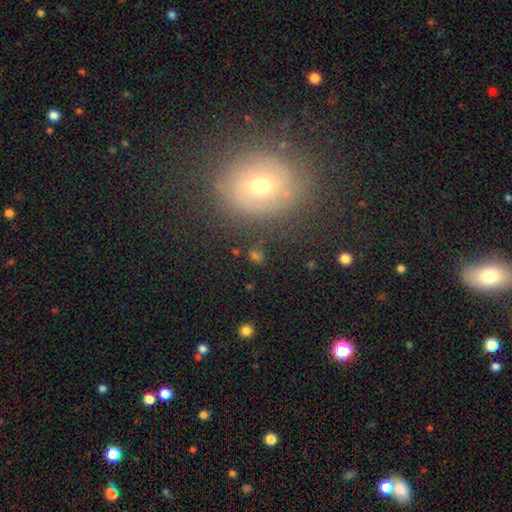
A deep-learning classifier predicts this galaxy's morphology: A smooth galaxy with no disk features (56%) that is round (57%). Merging: none (77%).